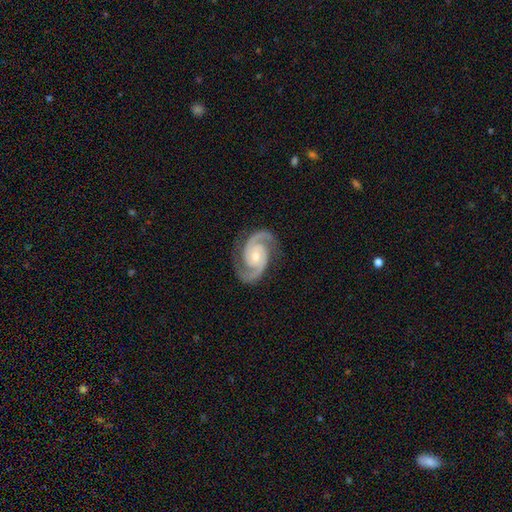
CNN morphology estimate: A featured or disk galaxy (94%) with no bar (61%), 2 (94%) medium (54%) spiral arms (99%) and a small central bulge (49%).

Vote fractions:
- Smooth or featured? featured or disk: 94% / star or artifact: 4% / smooth: 2%
- Edge-on disk? no: 98% / yes: 2%
- Bar? no: 61% / weak: 30% / strong: 9%
- Spiral arms? yes: 99% / no: 1%
- Spiral winding? medium: 54% / tight: 39% / loose: 7%
- Spiral arm count? 2: 94% / 3: 2% / can't tell: 1% / 1: 1% / 4: 1% / more than 4: 1%
- Bulge size? small: 49% / moderate: 47% / large: 2% / none: 2% / dominant: 1%
- Merging? none: 84% / minor disturbance: 12% / major disturbance: 3% / merger: 1%